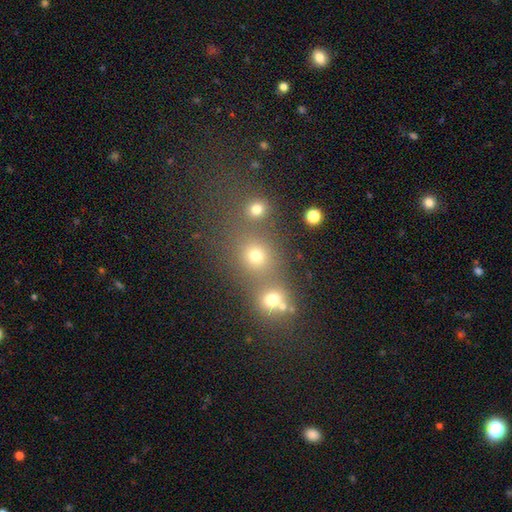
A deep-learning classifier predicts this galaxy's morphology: A star or artifact, not a galaxy (42%, tied with smooth).

Vote fractions:
- Smooth or featured? star or artifact: 42% (tied) / smooth: 42% (tied) / featured or disk: 16%